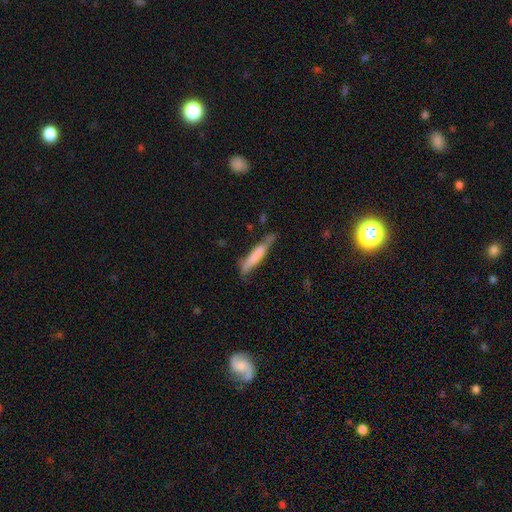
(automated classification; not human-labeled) This is likely a smooth galaxy (65%). How rounded: clearly cigar-shaped (88%). Merging: possibly none (56%).